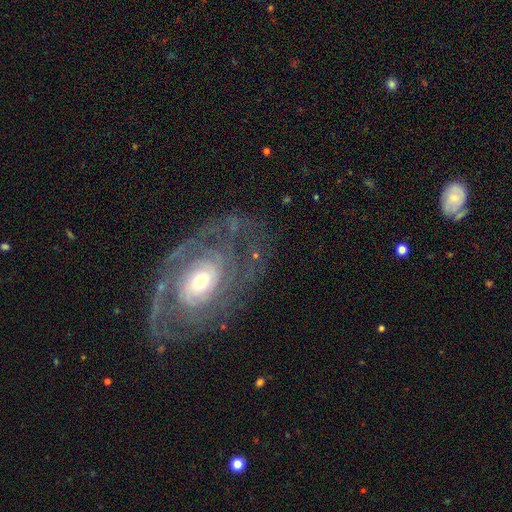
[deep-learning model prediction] smooth_or_featured: featured or disk (p=0.85) [alt: smooth p=0.09]
disk_edge_on: no (p=0.96) [alt: yes p=0.04]
bar: no (p=0.65) [alt: weak p=0.25]
has_spiral_arms: yes (p=0.92) [alt: no p=0.08]
spiral_winding: tight (p=0.67) [alt: medium p=0.26]
spiral_arm_count: can't tell (p=0.35) [alt: 2 p=0.25]
bulge_size: moderate (p=0.46) [alt: small p=0.45]
merging: none (p=0.66) [alt: minor disturbance p=0.17]